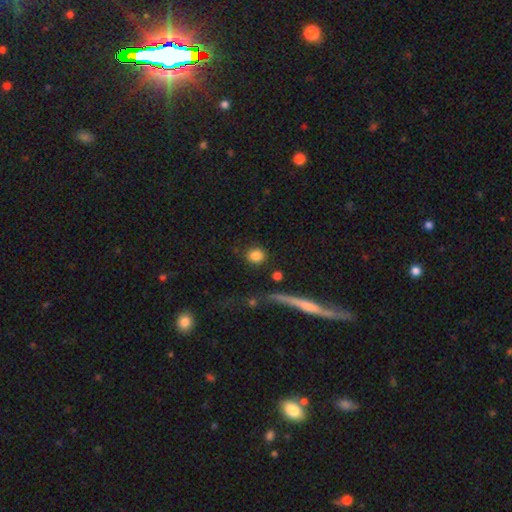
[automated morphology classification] The model was most divided on "smooth or featured": smooth: 84%, star or artifact: 9%, featured or disk: 7%. More confident: how rounded — round (87%); merging — none (84%).